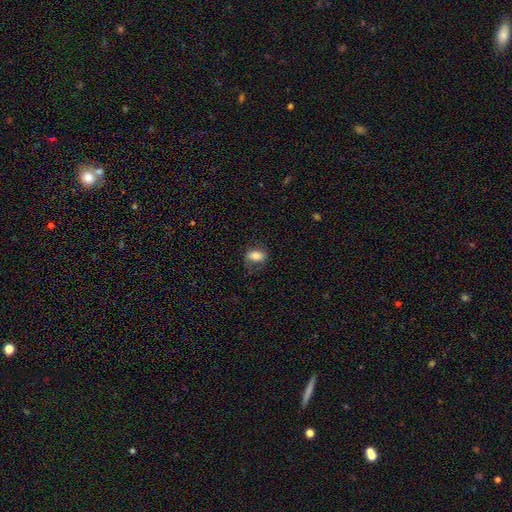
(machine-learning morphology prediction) Overall: smooth (76%). How rounded: in between (83%). Merging: none (70%).